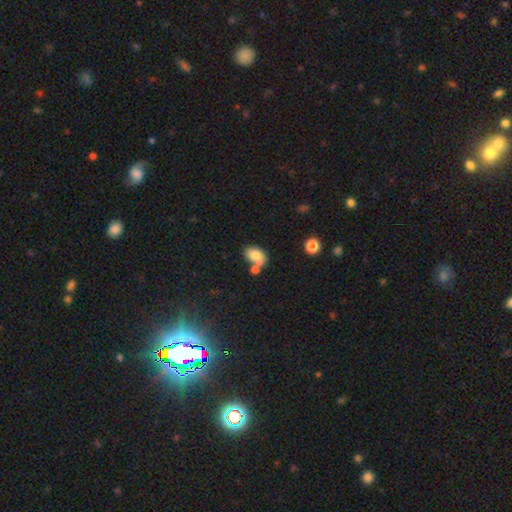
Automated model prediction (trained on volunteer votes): smooth_or_featured: smooth (p=0.77) [alt: featured or disk p=0.13]
how_rounded: in between (p=0.85) [alt: round p=0.14]
merging: none (p=0.43) [alt: merger p=0.36]